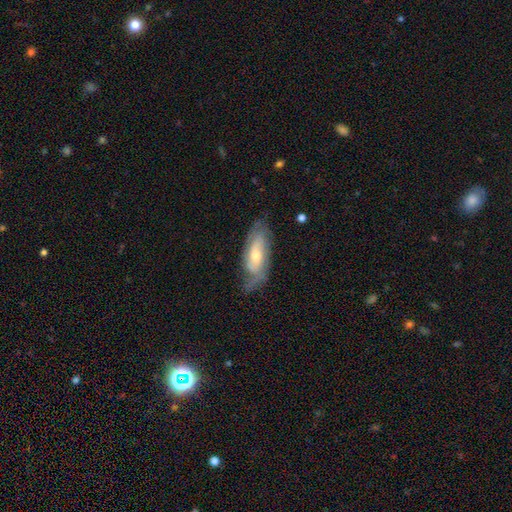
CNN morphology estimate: featured or disk 64%, smooth 29%, star or artifact 6%. Down the decision tree: edge-on disk — no (83%); bar — no (64%); spiral arms — yes (80%); bulge size — moderate (57%); merging — none (62%).